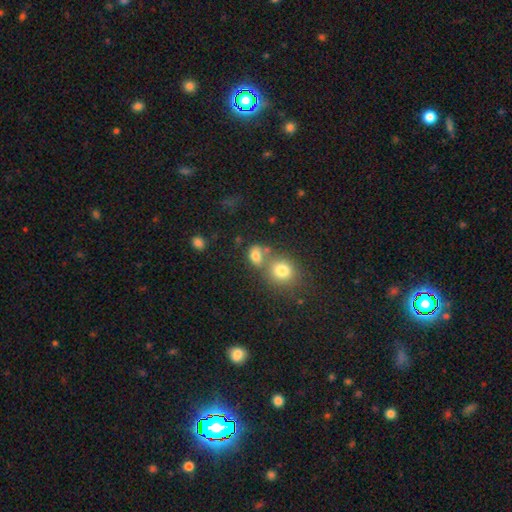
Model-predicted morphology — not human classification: type=smooth (77%); roundness=in between (57%); merging=merger (43%).